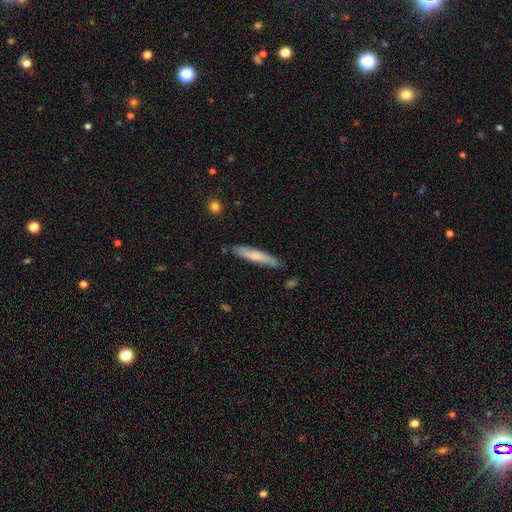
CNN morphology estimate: smooth 65%, featured or disk 29%, star or artifact 6%. Down the decision tree: how rounded — cigar-shaped (90%); merging — none (82%).